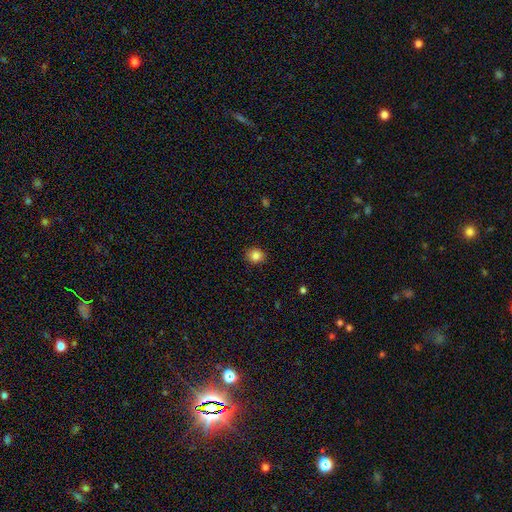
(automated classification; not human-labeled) Morphology: type=smooth (85%); roundness=round (80%); merging=none (89%).